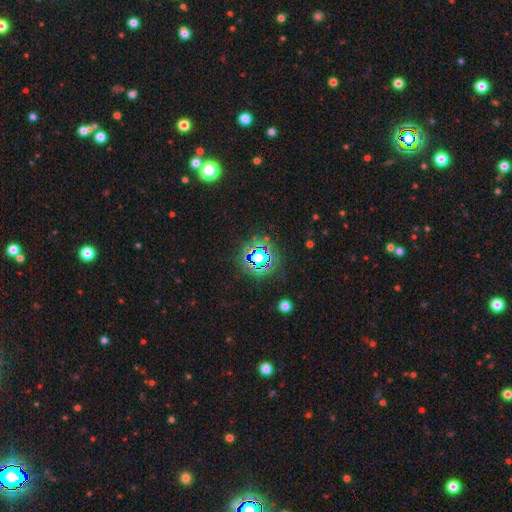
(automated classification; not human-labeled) star or artifact 80%, smooth 13%, featured or disk 7%.